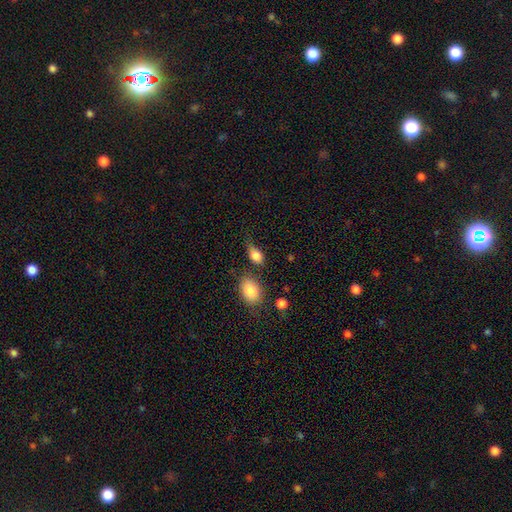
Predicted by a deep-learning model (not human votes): Morphology: type=smooth (84%); roundness=in between (79%); merging=none (44%).